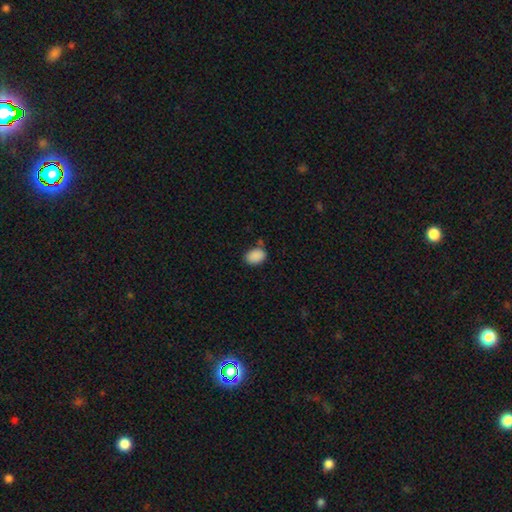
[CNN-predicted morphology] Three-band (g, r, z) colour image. It shows a smooth galaxy with no disk features (89%) that is in between round and cigar-shaped (80%). Merging: none (74%).